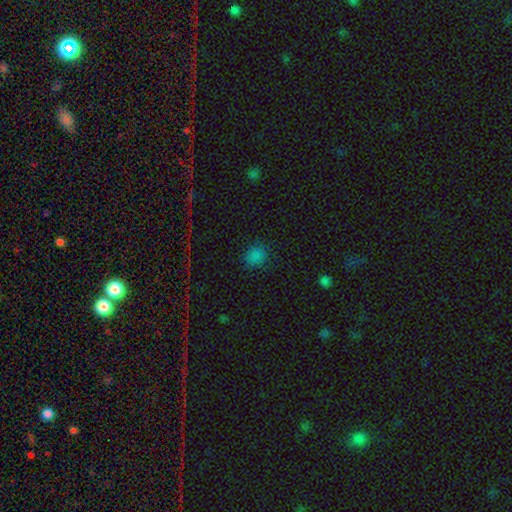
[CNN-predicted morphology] A smooth galaxy with no disk features (78%) that is round (70%).

Vote fractions:
- Smooth or featured? smooth: 78% / star or artifact: 18% / featured or disk: 4%
- How rounded? round: 70% / in between: 29% / cigar-shaped: 1%
- Merging? none: 83% / minor disturbance: 13% / major disturbance: 3% / merger: 1%